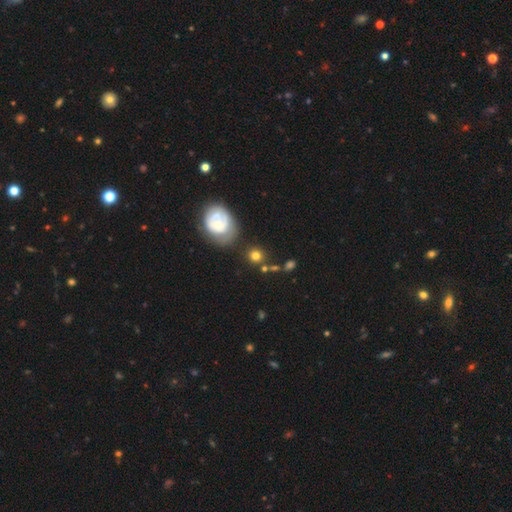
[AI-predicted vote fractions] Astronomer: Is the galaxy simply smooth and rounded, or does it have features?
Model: smooth — 76%.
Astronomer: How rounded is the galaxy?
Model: round — 87%.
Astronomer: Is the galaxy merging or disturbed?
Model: none — 72%.